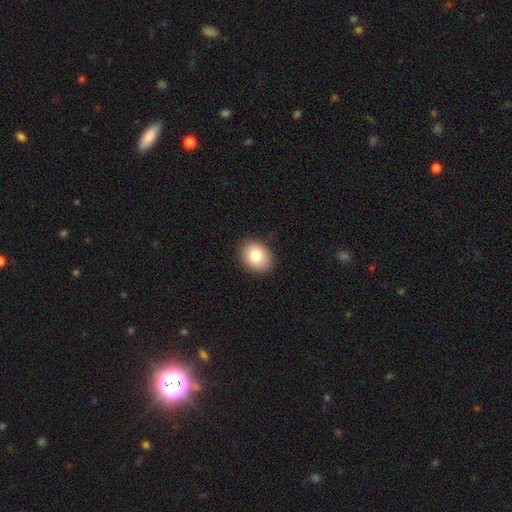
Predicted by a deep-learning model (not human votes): smooth 82%, featured or disk 10%, star or artifact 8%. Down the decision tree: how rounded — in between (57%); merging — none (89%).